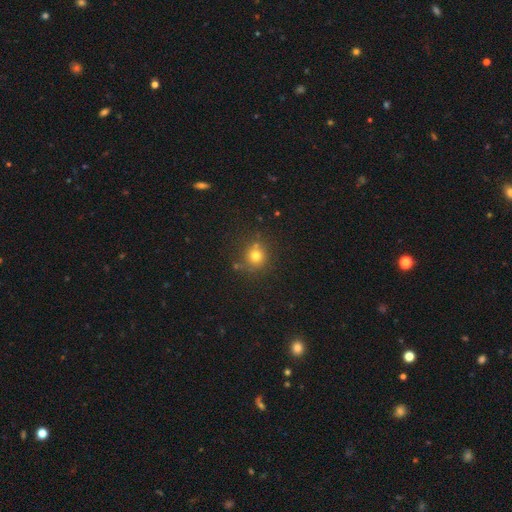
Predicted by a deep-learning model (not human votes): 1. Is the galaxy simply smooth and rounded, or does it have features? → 75% smooth, 16% star or artifact, 9% featured or disk.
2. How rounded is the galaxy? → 89% round, 10% in between, 1% cigar-shaped.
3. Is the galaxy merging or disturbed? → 75% none, 13% minor disturbance, 8% merger, 4% major disturbance.